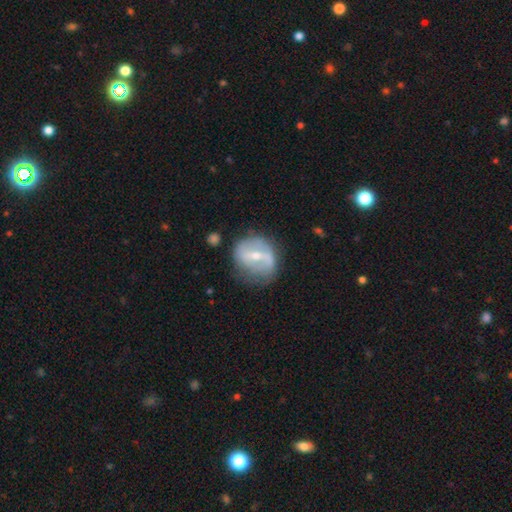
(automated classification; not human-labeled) featured or disk 68%, smooth 25%, star or artifact 7%. Down the decision tree: edge-on disk — no (95%); bar — strong (45%); spiral arms — yes (65%); bulge size — small (50%); merging — none (61%).